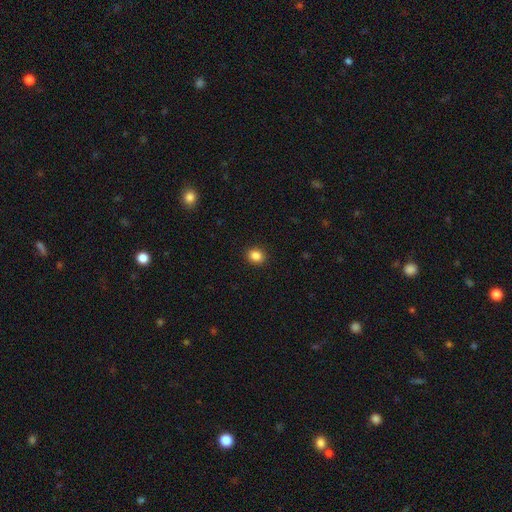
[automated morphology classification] This appears to be a smooth galaxy with no disk features (86%) that is round (59%). Merging: none (91%).